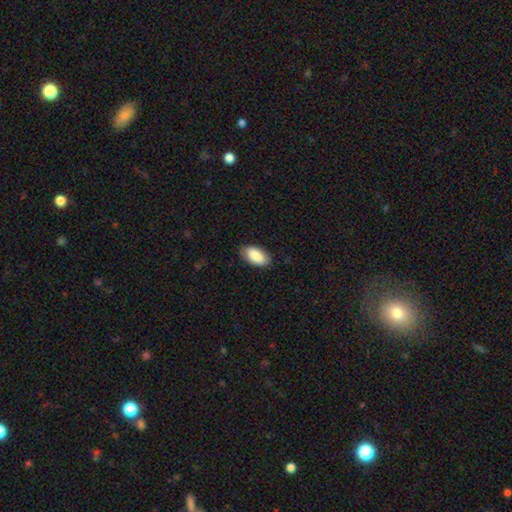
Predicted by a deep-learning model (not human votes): This is clearly a smooth galaxy (87%). How rounded: clearly in between (94%). Merging: clearly none (84%).